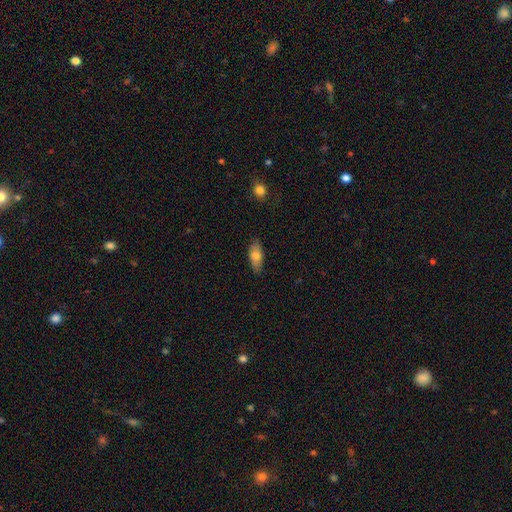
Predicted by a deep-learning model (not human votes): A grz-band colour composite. It shows a smooth galaxy with no disk features (75%) that is in between round and cigar-shaped (80%). Merging: none (82%).